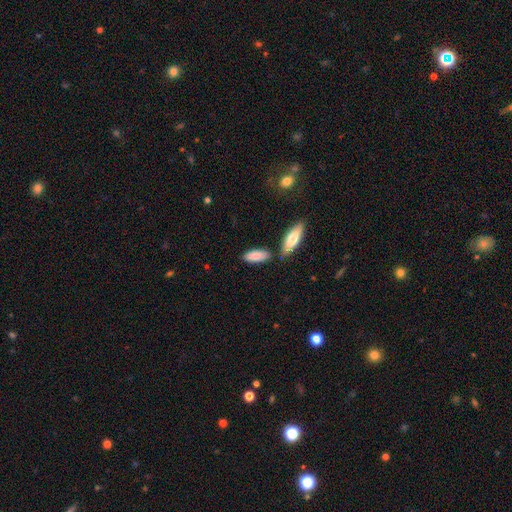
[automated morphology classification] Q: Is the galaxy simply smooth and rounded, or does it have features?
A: smooth — 86%.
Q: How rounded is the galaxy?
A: in between — 77%.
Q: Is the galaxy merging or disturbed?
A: none — 72%.